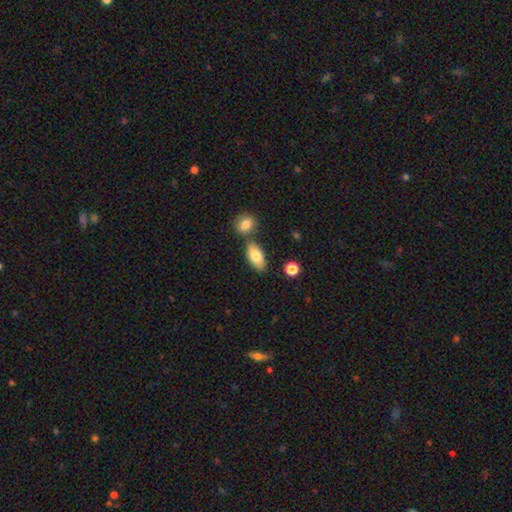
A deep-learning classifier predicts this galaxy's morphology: smooth_or_featured: smooth (p=0.80) [alt: featured or disk p=0.14]
how_rounded: in between (p=0.89) [alt: cigar-shaped p=0.08]
merging: none (p=0.67) [alt: merger p=0.18]